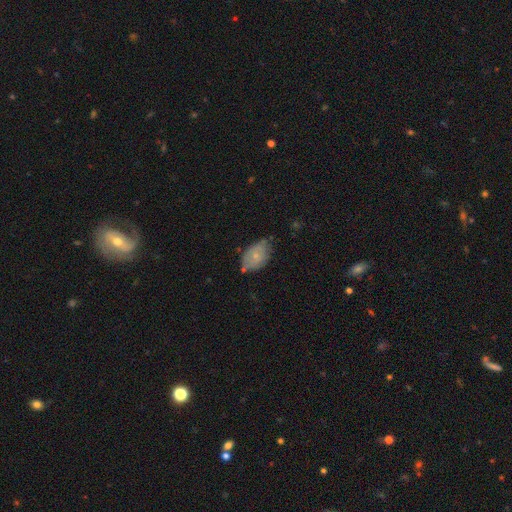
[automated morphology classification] This appears to be a smooth galaxy with no disk features (63%) that is in between round and cigar-shaped (88%). Merging: none (52%).